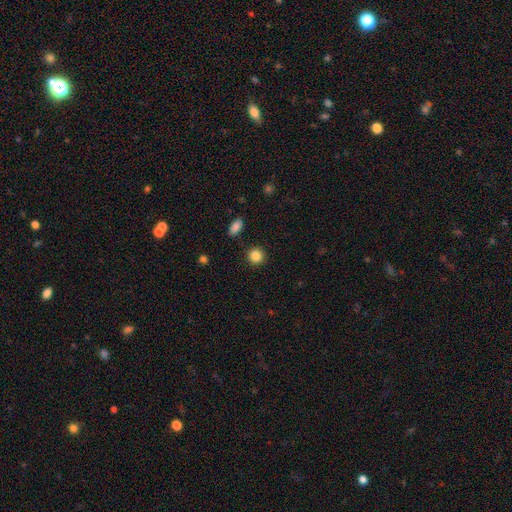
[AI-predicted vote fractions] Q: Smooth or featured?
A: smooth (86%); runner-up: star or artifact (10%)
Q: How rounded?
A: round (90%); runner-up: in between (9%)
Q: Merging?
A: none (90%); runner-up: minor disturbance (6%)